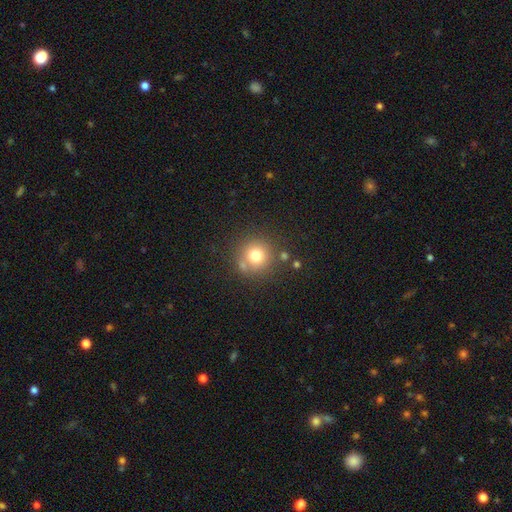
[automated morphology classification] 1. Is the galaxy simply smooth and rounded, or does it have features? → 74% smooth, 15% star or artifact, 11% featured or disk.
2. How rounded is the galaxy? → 94% round, 5% in between, 1% cigar-shaped.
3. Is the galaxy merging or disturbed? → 77% none, 10% minor disturbance, 9% merger, 4% major disturbance.